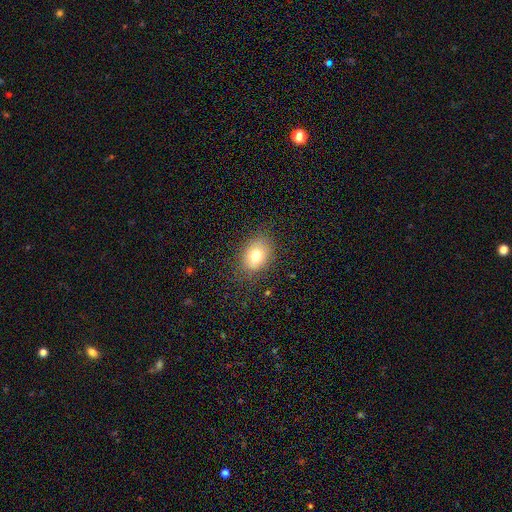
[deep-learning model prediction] This is likely a smooth galaxy (75%). How rounded: likely in between (64%). Merging: likely none (80%).